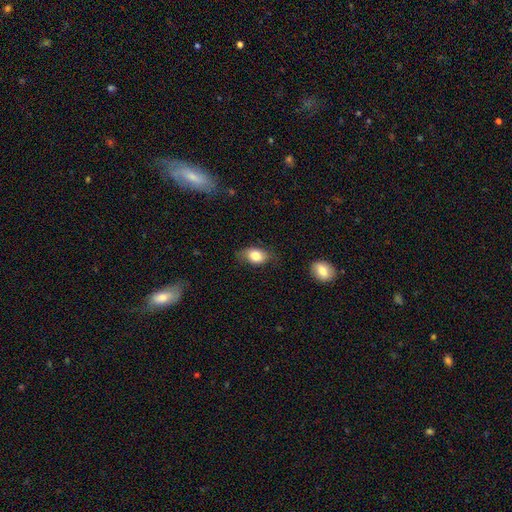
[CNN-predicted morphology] A smooth galaxy with no disk features (80%) that is in between round and cigar-shaped (82%). Merging: none (69%).